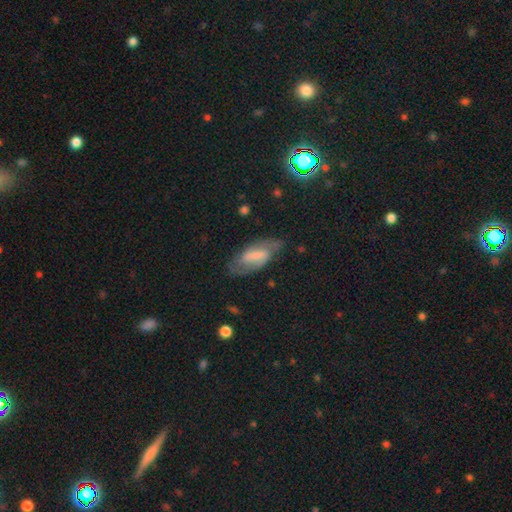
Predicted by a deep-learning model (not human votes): Overall: featured or disk (62%; smooth 31%). Edge-on disk: no (91%). Bar: strong (42%; weak 41%). Spiral arms: yes (81%). Bulge size: small (34%; none 30%). Merging: none (67%).